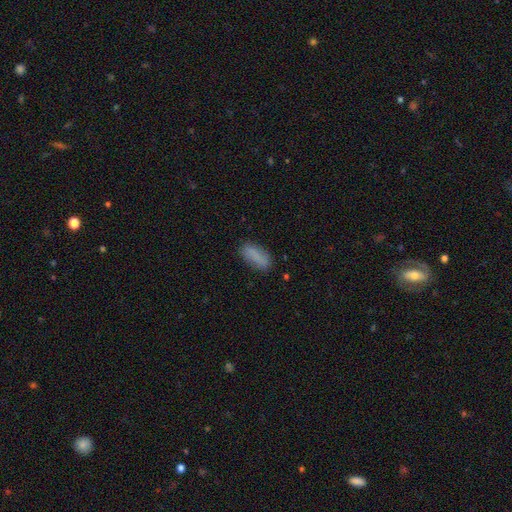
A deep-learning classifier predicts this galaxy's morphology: Smooth or featured? Predicted: smooth (p=0.82). How rounded? Predicted: in between (p=0.75). Merging? Predicted: none (p=0.80).